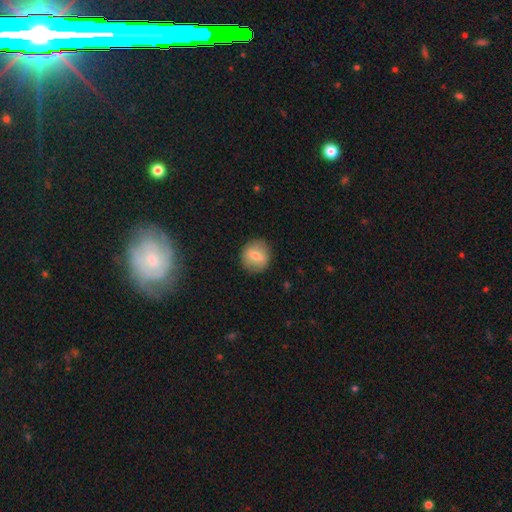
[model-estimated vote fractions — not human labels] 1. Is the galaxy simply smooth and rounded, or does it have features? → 66% smooth, 26% featured or disk, 8% star or artifact.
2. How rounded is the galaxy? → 87% round, 12% in between, 1% cigar-shaped.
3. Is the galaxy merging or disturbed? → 87% none, 9% minor disturbance, 3% major disturbance, 1% merger.